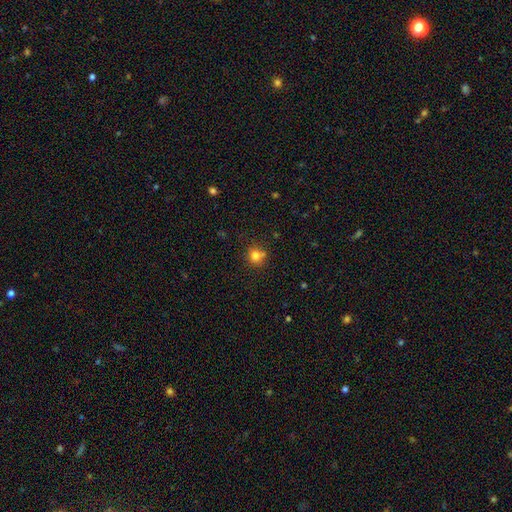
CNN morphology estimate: This appears to be a smooth galaxy with no disk features (79%) that is round (88%). Merging: none (69%).